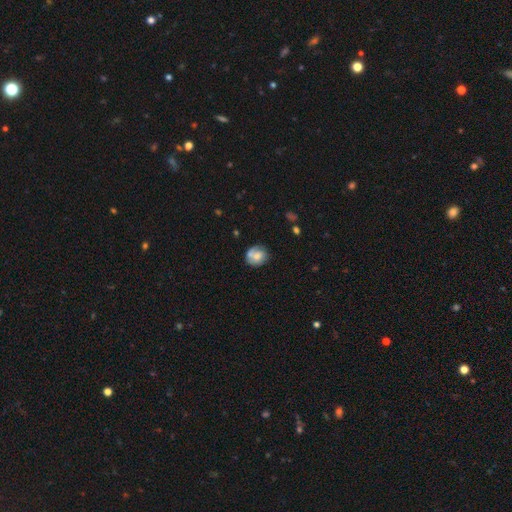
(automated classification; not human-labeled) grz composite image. It shows a smooth galaxy with no disk features (54%) that is round (71%). Merging: none (52%).